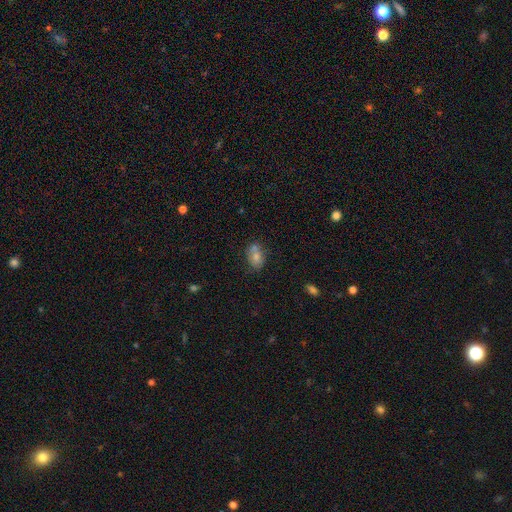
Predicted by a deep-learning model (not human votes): smooth_or_featured: smooth (p=0.71) [alt: featured or disk p=0.19]
how_rounded: in between (p=0.79) [alt: round p=0.19]
merging: none (p=0.50) [alt: merger p=0.28]